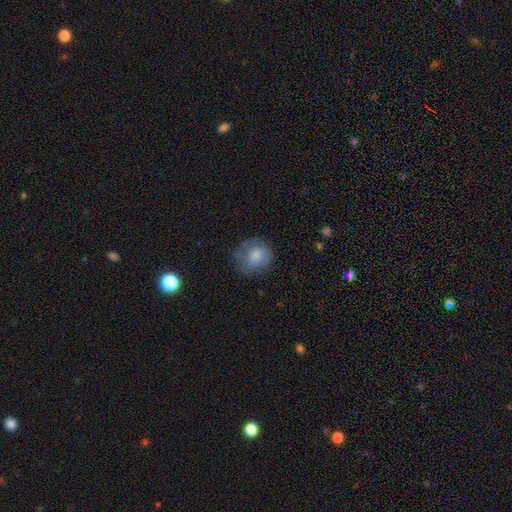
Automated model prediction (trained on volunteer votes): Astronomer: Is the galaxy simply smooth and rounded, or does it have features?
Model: smooth — 76%.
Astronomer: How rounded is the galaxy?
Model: round — 66%.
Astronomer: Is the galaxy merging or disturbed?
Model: none — 55%.